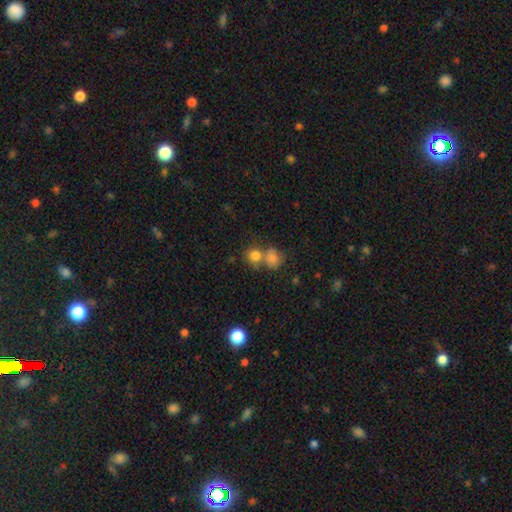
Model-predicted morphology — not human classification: Smooth or featured?
  - smooth: 79% *
  - star or artifact: 11%
  - featured or disk: 9%
How rounded?
  - round: 79% *
  - in between: 20%
  - cigar-shaped: 1%
Merging?
  - merger: 45% *
  - none: 43%
  - minor disturbance: 9%
  - major disturbance: 4%